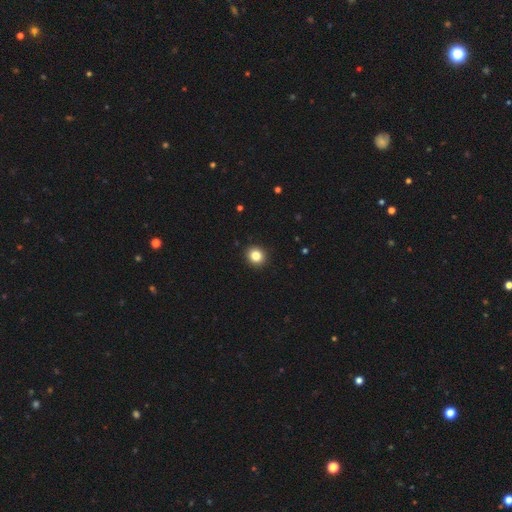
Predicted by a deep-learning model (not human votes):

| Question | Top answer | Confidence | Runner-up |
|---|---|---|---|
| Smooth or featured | smooth | 83% | star or artifact (11%) |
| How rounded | round | 85% | in between (14%) |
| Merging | none | 93% | minor disturbance (5%) |